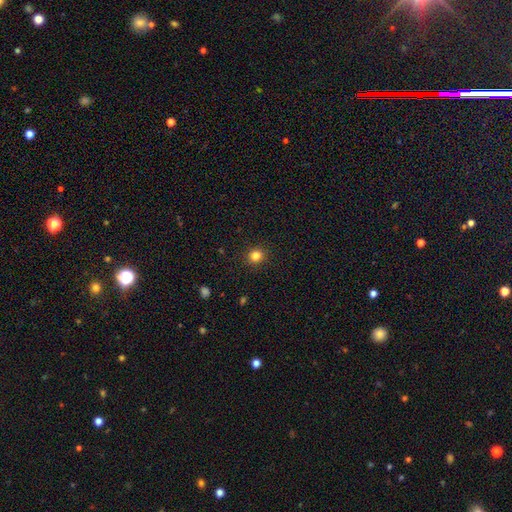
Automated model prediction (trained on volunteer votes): A smooth galaxy with no disk features (82%) that is round (89%).

Vote fractions:
- Smooth or featured? smooth: 82% / star or artifact: 13% / featured or disk: 5%
- How rounded? round: 89% / in between: 10% / cigar-shaped: 1%
- Merging? none: 92% / minor disturbance: 6% / major disturbance: 2% / merger: 1%